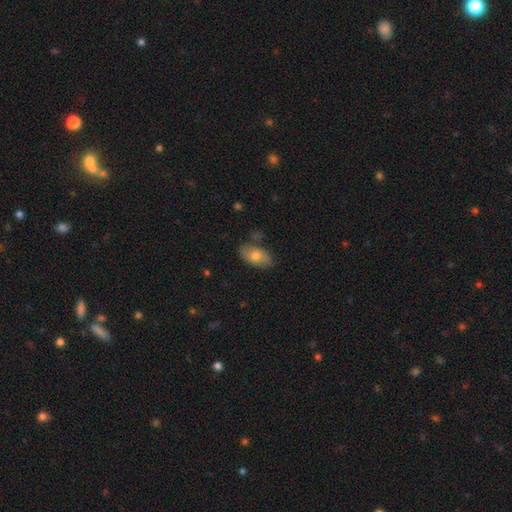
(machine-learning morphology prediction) Smooth or featured: smooth — 73% (featured or disk — 20%)
How rounded: in between — 92% (round — 6%)
Merging: none — 76% (minor disturbance — 17%)